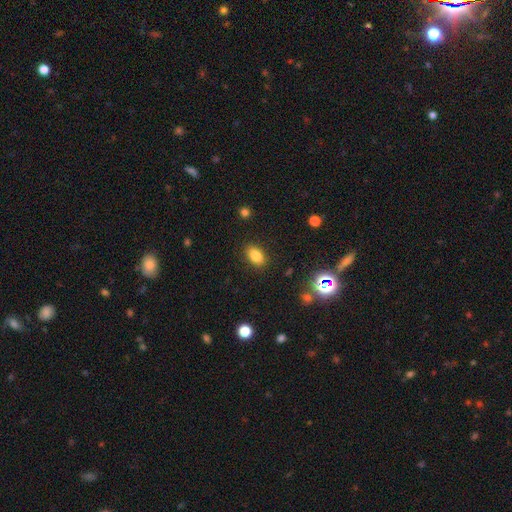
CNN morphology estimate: type=smooth (82%); roundness=in between (86%); merging=none (88%).